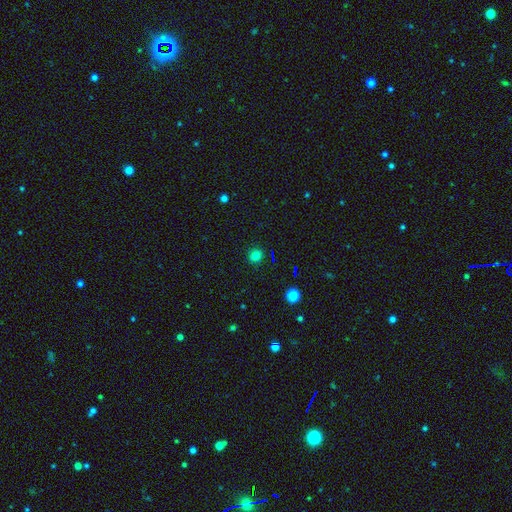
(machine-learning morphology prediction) A smooth galaxy with no disk features (78%) that is round (85%). Merging: none (89%).